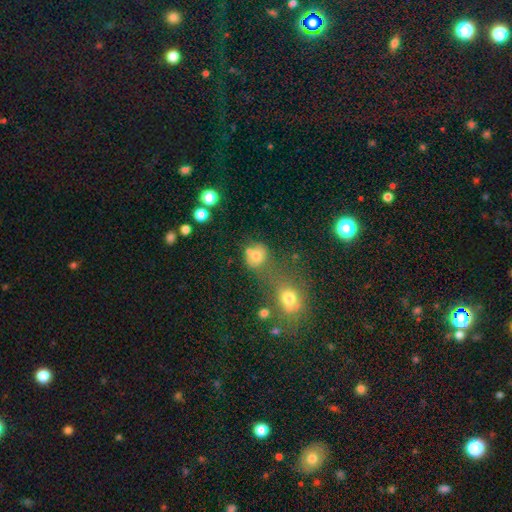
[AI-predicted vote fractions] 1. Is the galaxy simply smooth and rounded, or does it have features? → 67% smooth, 20% star or artifact, 13% featured or disk.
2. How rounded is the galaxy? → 75% round, 24% in between, 1% cigar-shaped.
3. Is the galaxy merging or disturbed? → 45% none, 32% merger, 14% minor disturbance, 8% major disturbance.